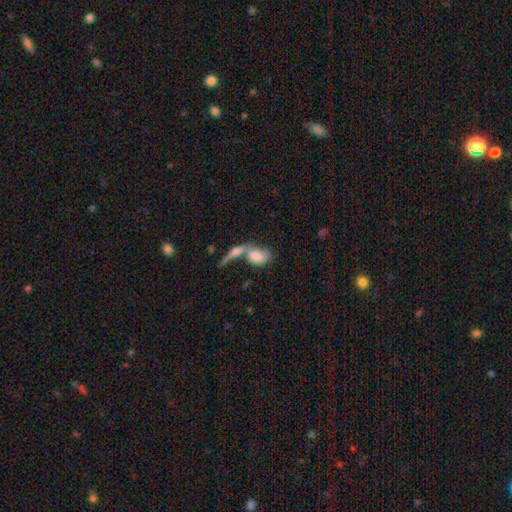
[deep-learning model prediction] The model was most divided on "smooth or featured": smooth: 63%, featured or disk: 29%, star or artifact: 9%. More confident: how rounded — in between (83%); merging — merger (66%).